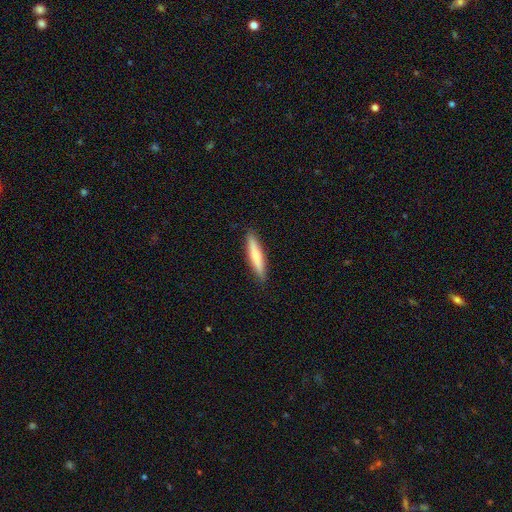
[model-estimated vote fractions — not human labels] A smooth galaxy with no disk features (71%) that is cigar-shaped (90%).

Vote fractions:
- Smooth or featured? smooth: 71% / featured or disk: 24% / star or artifact: 5%
- How rounded? cigar-shaped: 90% / in between: 9% / round: 1%
- Merging? none: 91% / minor disturbance: 7% / major disturbance: 1% / merger: 1%